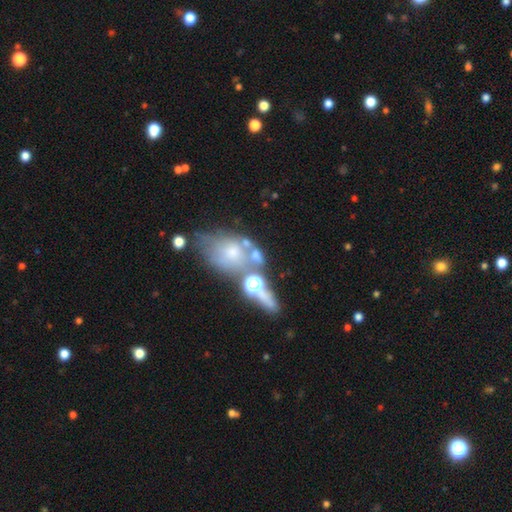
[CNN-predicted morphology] type=smooth (50%); merging=merger (37%).